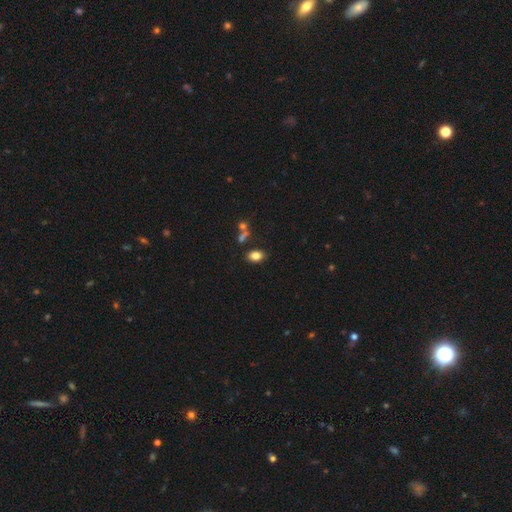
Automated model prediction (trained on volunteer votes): This appears to be a smooth galaxy with no disk features (82%) that is in between round and cigar-shaped (84%). Merging: none (80%).